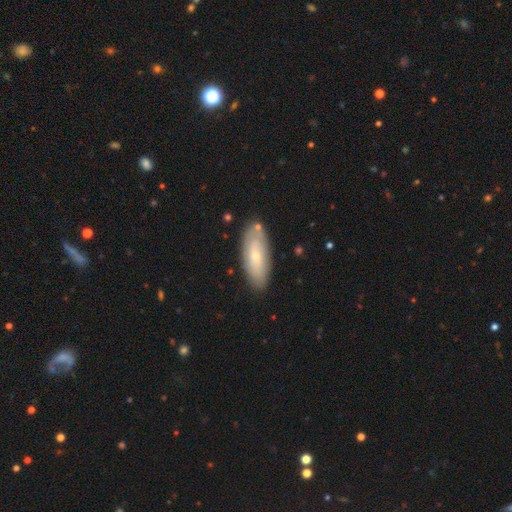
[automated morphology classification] This is possibly a smooth galaxy (53%). How rounded: likely in between (75%). Merging: clearly none (82%).